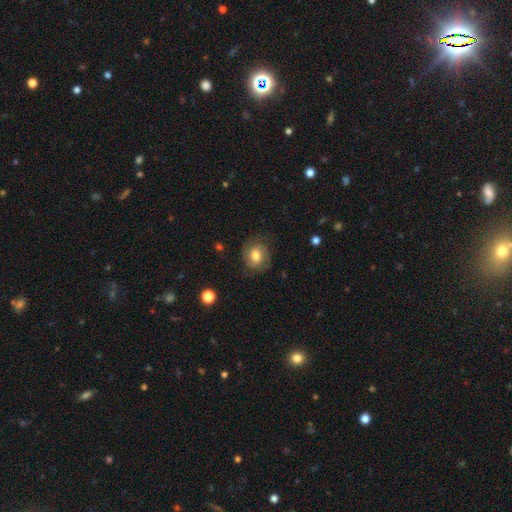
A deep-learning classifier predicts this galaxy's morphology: This is possibly a smooth galaxy (55%). How rounded: likely round (66%). Merging: likely none (75%).